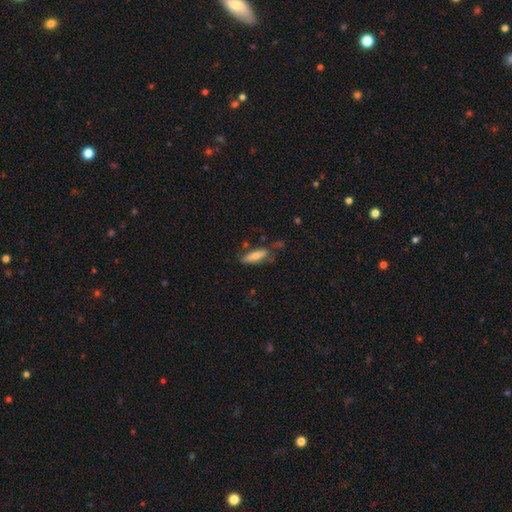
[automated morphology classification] smooth_or_featured: smooth (p=0.65) [alt: featured or disk p=0.28]
how_rounded: in between (p=0.59) [alt: cigar-shaped p=0.39]
merging: none (p=0.55) [alt: minor disturbance p=0.27]